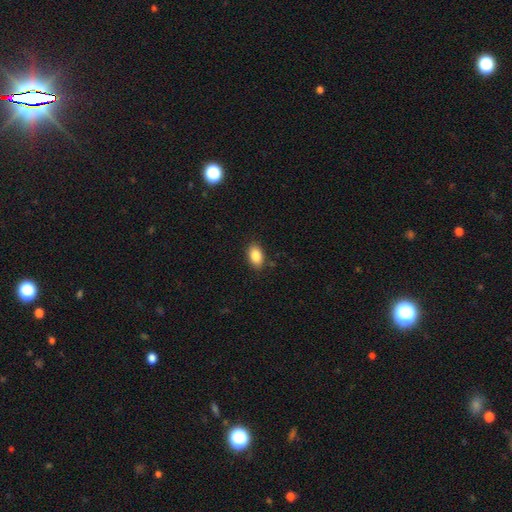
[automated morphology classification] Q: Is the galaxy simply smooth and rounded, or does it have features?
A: smooth — 86%.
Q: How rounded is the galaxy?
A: in between — 90%.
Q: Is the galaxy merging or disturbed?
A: none — 87%.